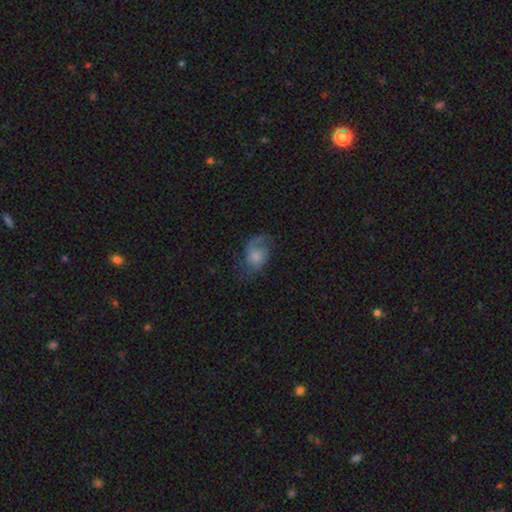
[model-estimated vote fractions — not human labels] A smooth galaxy with no disk features (46%). Merging: none (46%).